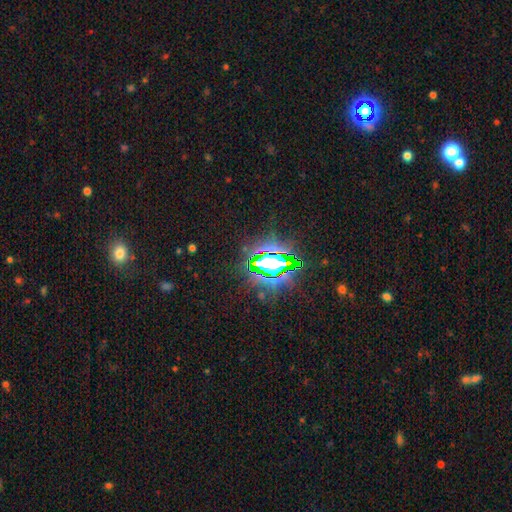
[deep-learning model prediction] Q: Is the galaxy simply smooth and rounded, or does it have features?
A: star or artifact — 82%.